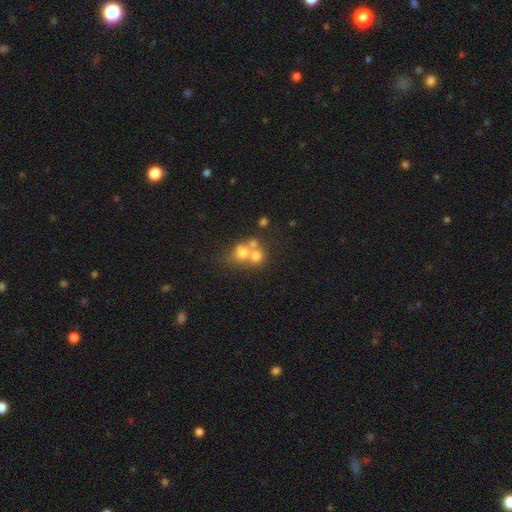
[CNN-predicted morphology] Smooth or featured? Predicted: smooth (p=0.63). How rounded? Predicted: round (p=0.76). Merging? Predicted: merger (p=0.60).